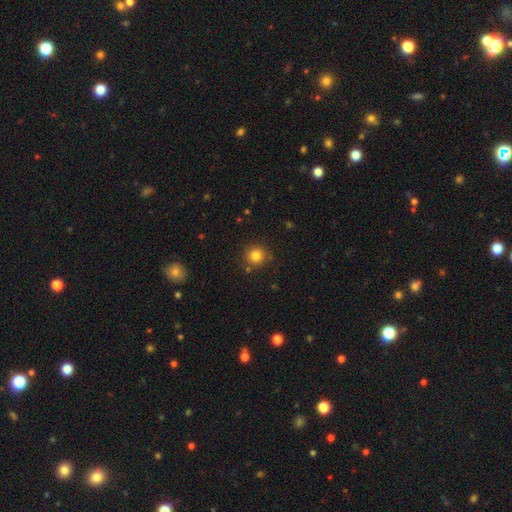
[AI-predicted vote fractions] The model was most divided on "smooth or featured": smooth: 82%, star or artifact: 12%, featured or disk: 6%. More confident: how rounded — round (92%); merging — none (85%).